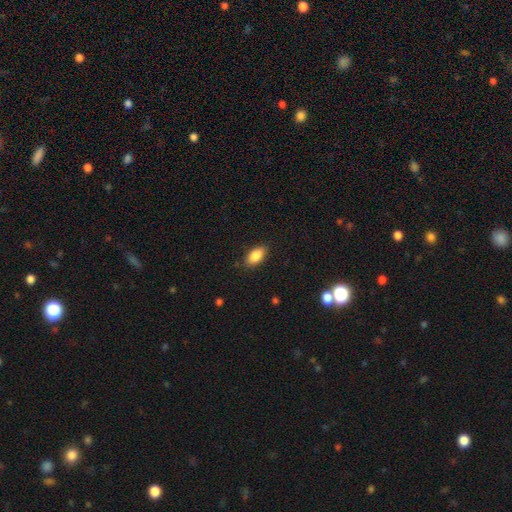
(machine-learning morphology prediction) Smooth or featured? smooth (85%)
How rounded? in between (90%)
Merging? none (85%)